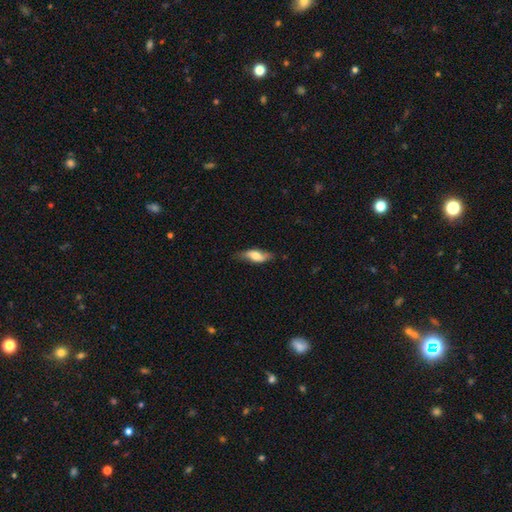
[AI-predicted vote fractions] Morphology: type=smooth (56%); roundness=in between (69%); merging=none (71%).